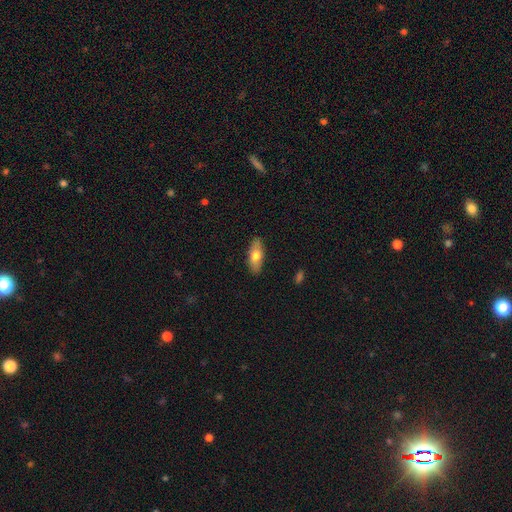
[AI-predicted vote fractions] This appears to be a smooth galaxy with no disk features (68%) that is in between round and cigar-shaped (76%). Merging: none (87%).